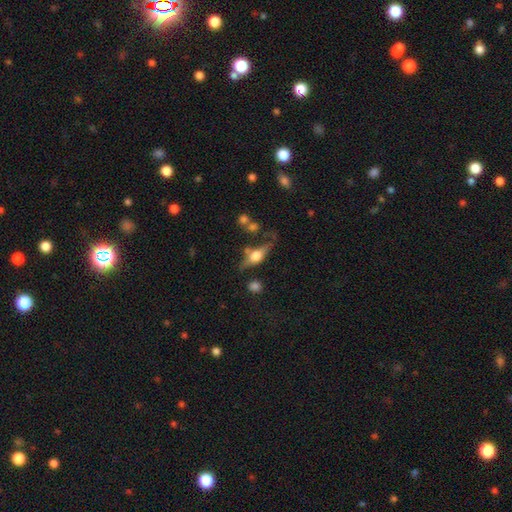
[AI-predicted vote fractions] featured or disk 57%, smooth 34%, star or artifact 9%. Down the decision tree: edge-on disk — yes (87%); merging — none (61%).